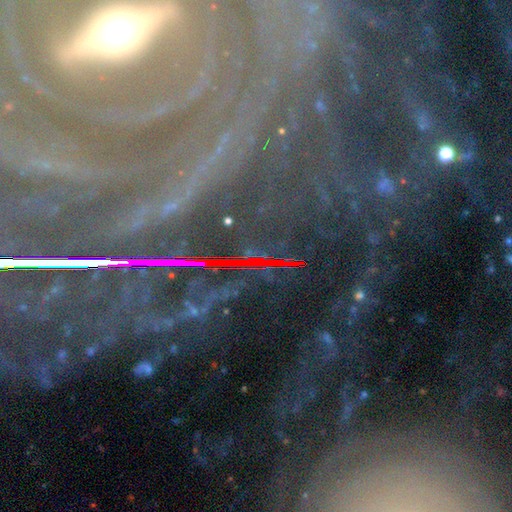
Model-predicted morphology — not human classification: A star or artifact, not a galaxy (85%).